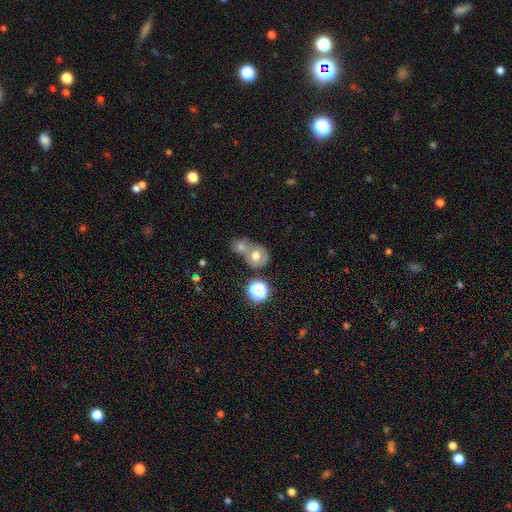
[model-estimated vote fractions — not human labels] Smooth or featured? Predicted: smooth (p=0.64). How rounded? Predicted: round (p=0.68). Merging? Predicted: merger (p=0.57).